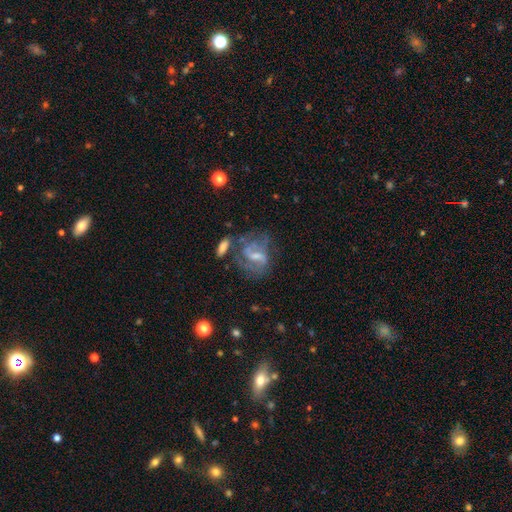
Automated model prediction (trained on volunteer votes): smooth-or-featured: featured or disk: 68% | smooth: 21% | star or artifact: 11%
  disk-edge-on: no: 96% | yes: 4%
    bar: weak: 49% | strong: 26% | no: 25%
    has-spiral-arms: yes: 73% | no: 27%
    bulge-size: small: 37% | moderate: 30% | none: 25% | large: 6% | dominant: 1%
  merging: none: 43% | major disturbance: 24% | minor disturbance: 19% | merger: 14%